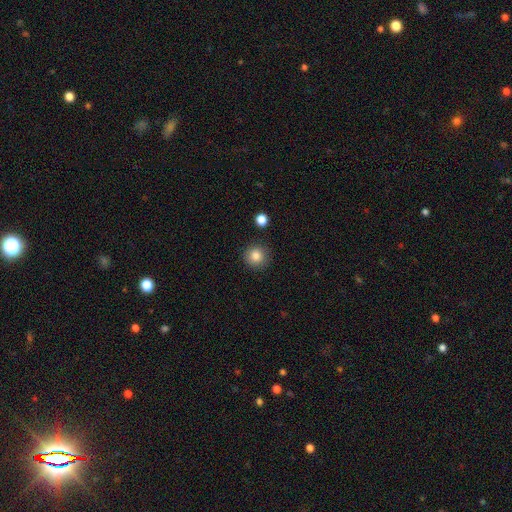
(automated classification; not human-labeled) smooth-or-featured: smooth: 84% | star or artifact: 10% | featured or disk: 5%
  how-rounded: round: 94% | in between: 6% | cigar-shaped: 1%
  merging: none: 90% | minor disturbance: 6% | major disturbance: 2% | merger: 2%